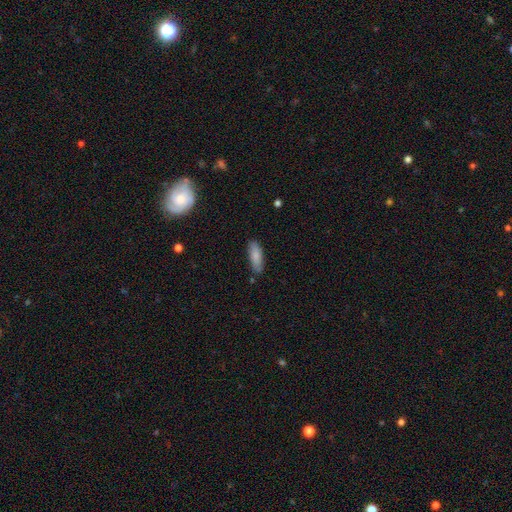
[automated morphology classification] smooth-or-featured: smooth: 84% | featured or disk: 10% | star or artifact: 7%
  how-rounded: in between: 56% | cigar-shaped: 42% | round: 2%
  merging: none: 80% | minor disturbance: 15% | major disturbance: 3% | merger: 3%